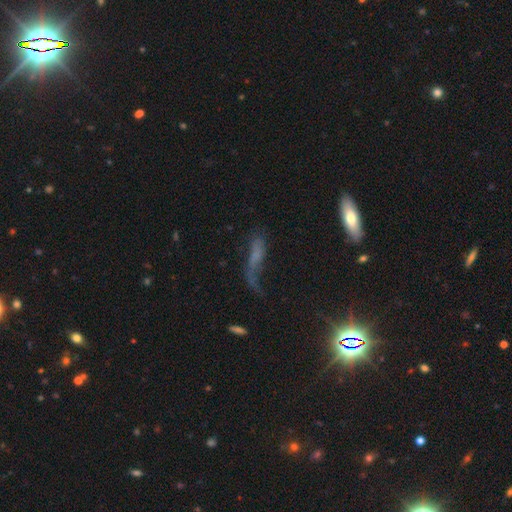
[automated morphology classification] Smooth or featured? featured or disk (42%)
Merging? major disturbance (40%)